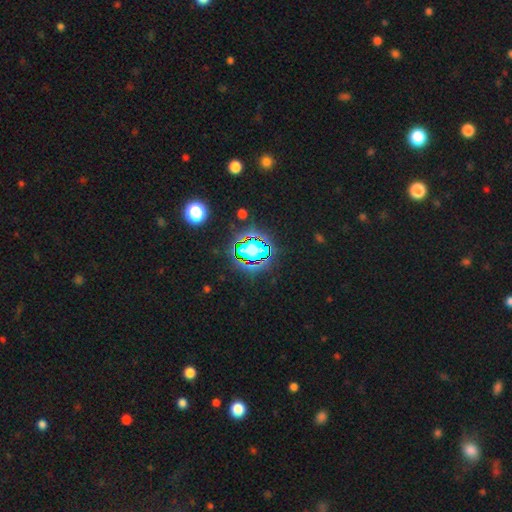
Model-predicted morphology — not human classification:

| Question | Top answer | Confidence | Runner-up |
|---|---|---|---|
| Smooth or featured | star or artifact | 77% | smooth (15%) |